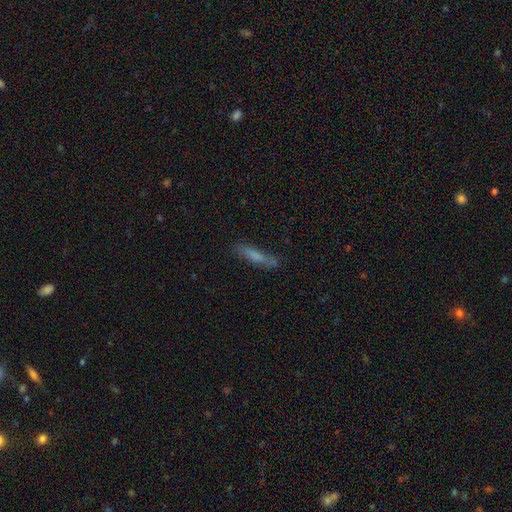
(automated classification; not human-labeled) smooth 68%, featured or disk 24%, star or artifact 8%. Down the decision tree: how rounded — cigar-shaped (88%); merging — none (74%).